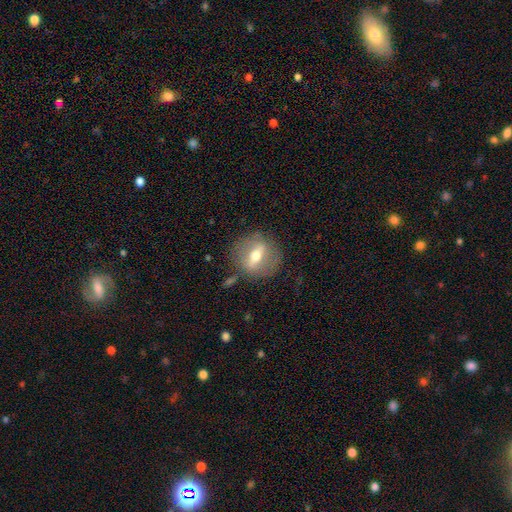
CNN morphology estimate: The model was most divided on "edge-on disk": no: 60%, yes: 40%. More confident: merging — none (81%); smooth or featured — featured or disk (61%).